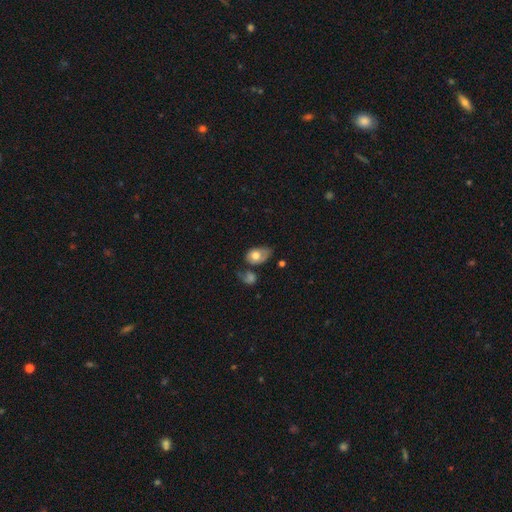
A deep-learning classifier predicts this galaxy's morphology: Smooth or featured? smooth (68%)
How rounded? in between (80%)
Merging? none (34%)